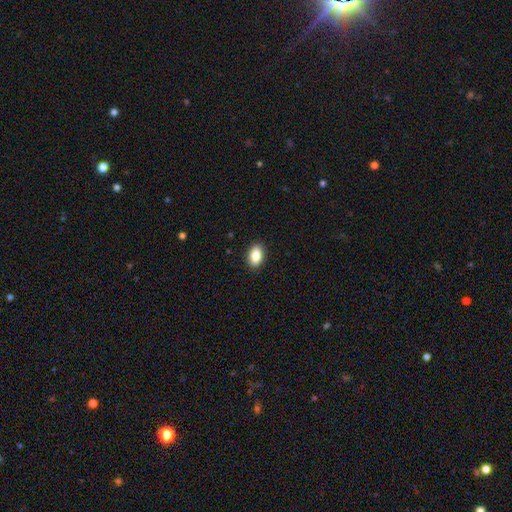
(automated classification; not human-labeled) This appears to be a smooth galaxy with no disk features (87%) that is in between round and cigar-shaped (91%). Merging: none (89%).